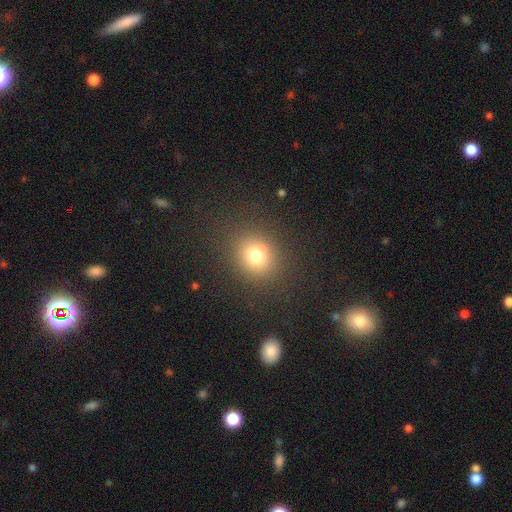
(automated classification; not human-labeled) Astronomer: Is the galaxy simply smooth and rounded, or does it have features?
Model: smooth — 71%.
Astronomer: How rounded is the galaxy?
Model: round — 78%.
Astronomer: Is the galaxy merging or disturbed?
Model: none — 78%.